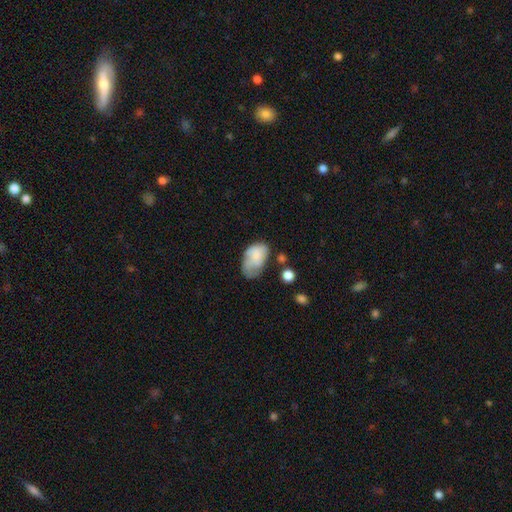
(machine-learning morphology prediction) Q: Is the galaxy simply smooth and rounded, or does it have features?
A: smooth — 71%.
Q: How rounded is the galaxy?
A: in between — 90%.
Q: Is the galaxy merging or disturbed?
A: minor disturbance — 36%.